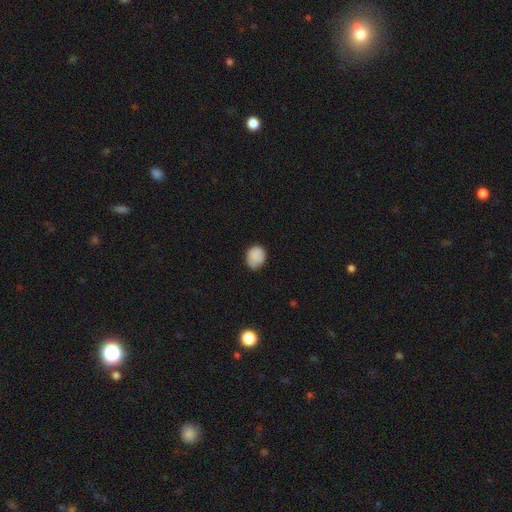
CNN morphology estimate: Q: Smooth or featured?
A: smooth (83%); runner-up: featured or disk (9%)
Q: How rounded?
A: round (60%); runner-up: in between (39%)
Q: Merging?
A: none (60%); runner-up: minor disturbance (32%)